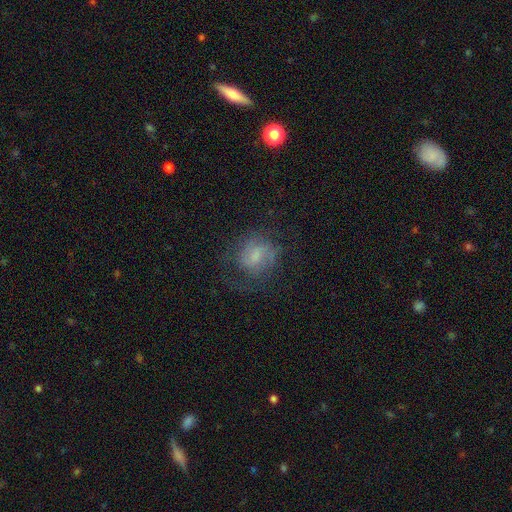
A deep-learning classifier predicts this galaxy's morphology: A featured or disk galaxy (46%).

Vote fractions:
- Smooth or featured? featured or disk: 46% / smooth: 42% / star or artifact: 12%
- Merging? none: 56% / major disturbance: 22% / minor disturbance: 20% / merger: 2%